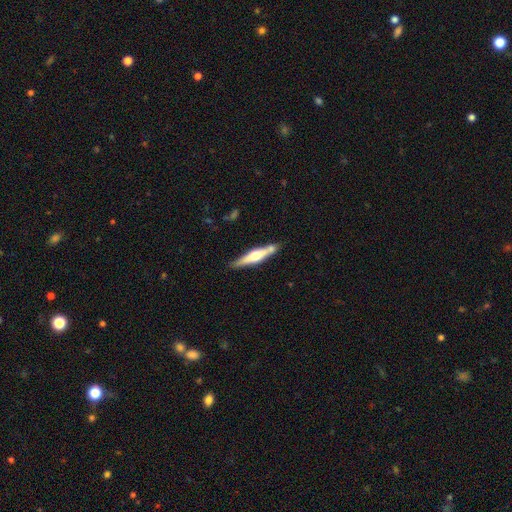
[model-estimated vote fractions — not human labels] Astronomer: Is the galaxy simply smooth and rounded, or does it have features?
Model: featured or disk — 64%.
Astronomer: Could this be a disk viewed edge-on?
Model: yes — 96%.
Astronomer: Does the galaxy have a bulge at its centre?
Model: rounded — 86%.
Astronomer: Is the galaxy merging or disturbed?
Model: none — 75%.